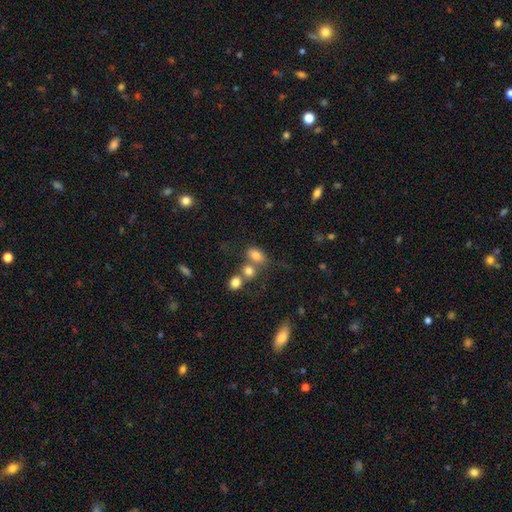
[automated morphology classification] Smooth or featured? Predicted: smooth (p=0.78). How rounded? Predicted: in between (p=0.76). Merging? Predicted: none (p=0.46).